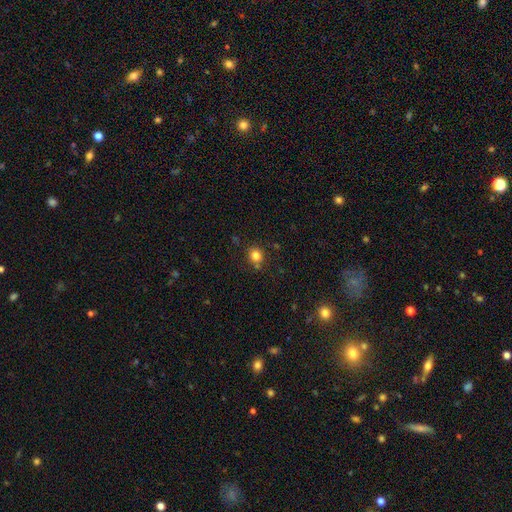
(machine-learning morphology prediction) Smooth or featured: smooth — 81% (star or artifact — 13%)
How rounded: round — 83% (in between — 16%)
Merging: none — 78% (minor disturbance — 11%)